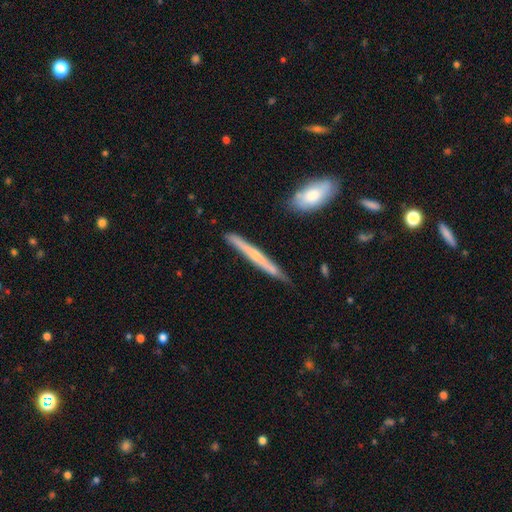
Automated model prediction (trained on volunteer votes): Smooth or featured? featured or disk (54%)
Edge-on disk? yes (96%)
Edge-on bulge? none (53%)
Merging? none (83%)